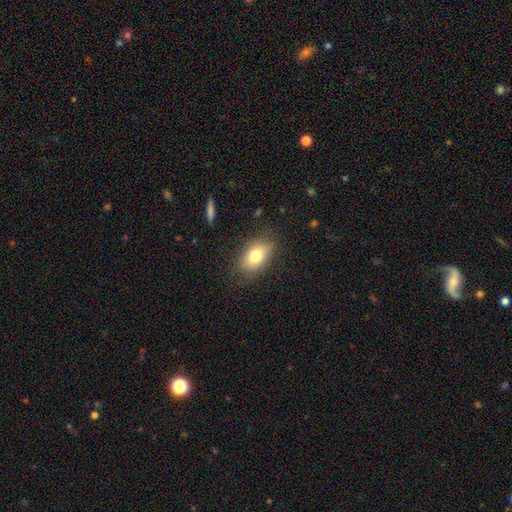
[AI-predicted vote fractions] smooth 77%, featured or disk 14%, star or artifact 9%. Down the decision tree: how rounded — in between (86%); merging — none (81%).